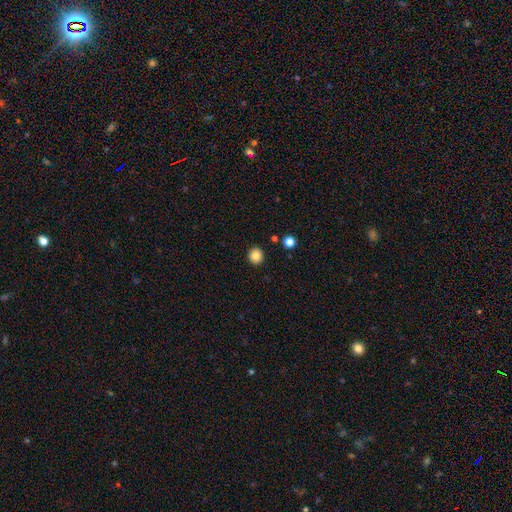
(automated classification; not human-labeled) Smooth or featured? Predicted: smooth (p=0.84). How rounded? Predicted: round (p=0.88). Merging? Predicted: none (p=0.92).